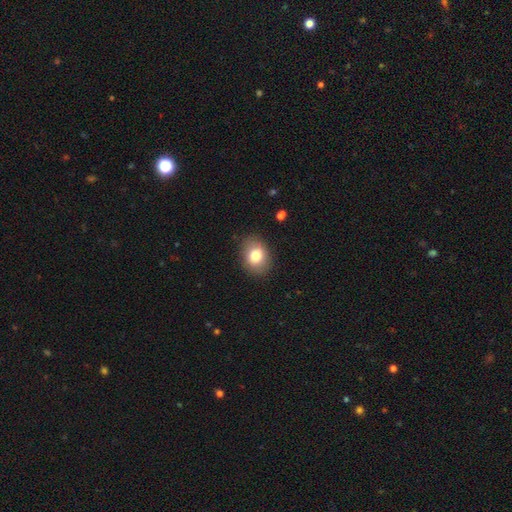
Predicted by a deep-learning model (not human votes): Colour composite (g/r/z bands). It shows a smooth galaxy with no disk features (79%) that is in between round and cigar-shaped (66%). Merging: none (86%).